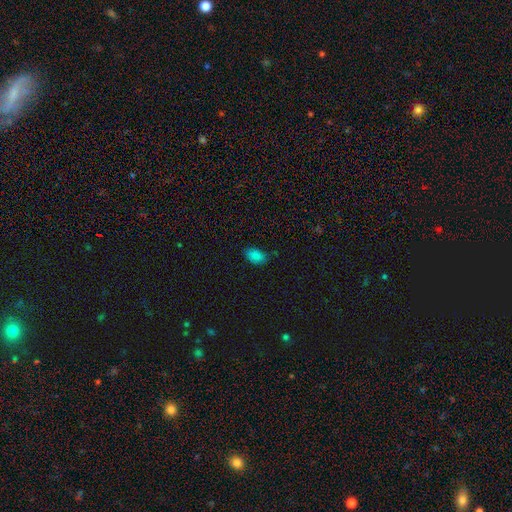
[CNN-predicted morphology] smooth_or_featured: smooth (p=0.84) [alt: star or artifact p=0.12]
how_rounded: in between (p=0.92) [alt: round p=0.07]
merging: none (p=0.77) [alt: minor disturbance p=0.18]